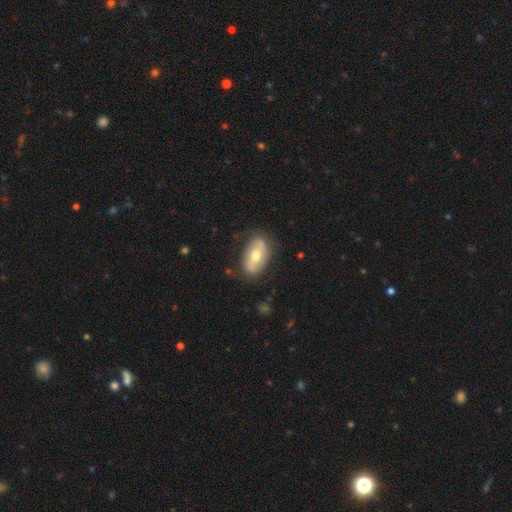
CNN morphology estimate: featured or disk 51%, smooth 43%, star or artifact 7%. Down the decision tree: edge-on disk — no (88%); merging — none (77%).